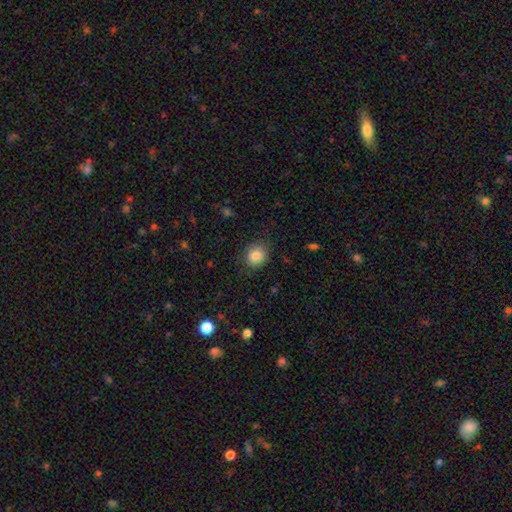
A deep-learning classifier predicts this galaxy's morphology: smooth-or-featured: smooth: 84% | star or artifact: 9% | featured or disk: 7%
  how-rounded: round: 80% | in between: 19% | cigar-shaped: 1%
  merging: none: 83% | minor disturbance: 12% | major disturbance: 4% | merger: 1%